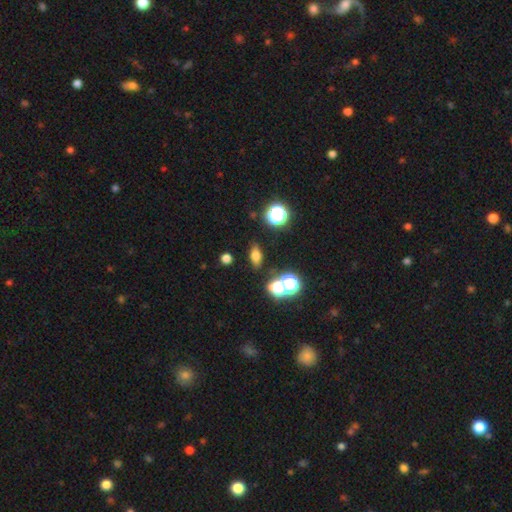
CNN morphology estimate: Overall: smooth (67%). How rounded: in between (67%). Merging: none (82%).